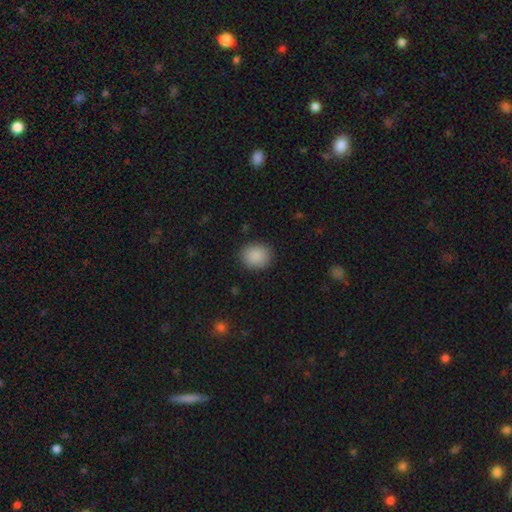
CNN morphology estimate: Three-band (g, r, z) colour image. It shows a smooth galaxy with no disk features (89%) that is round (70%). Merging: none (88%).